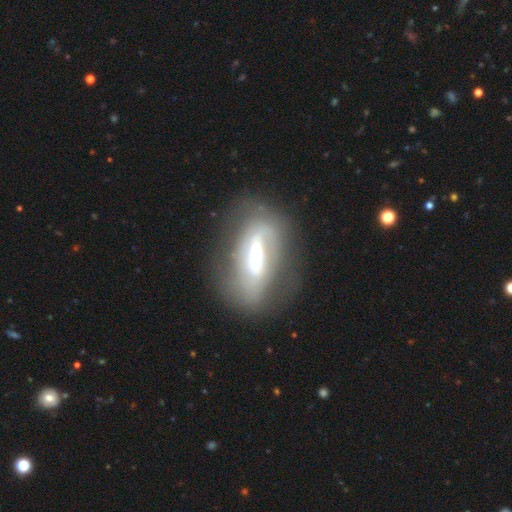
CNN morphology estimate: A featured or disk galaxy (69%) with a strong bar (51%), spiral arms (57%) and a moderate central bulge (53%). Merging: none (52%).